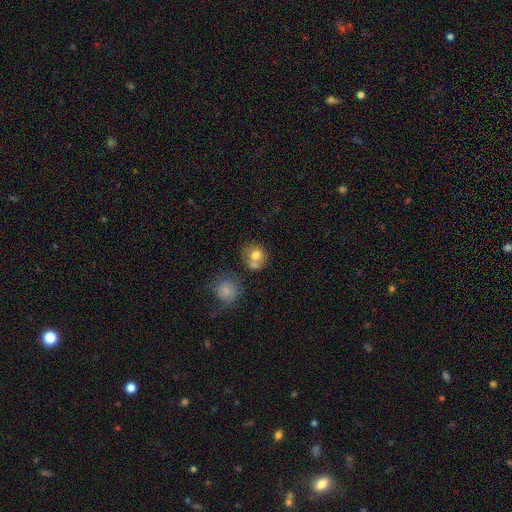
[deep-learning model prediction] This appears to be a smooth galaxy with no disk features (74%) that is round (79%). Merging: none (45%).